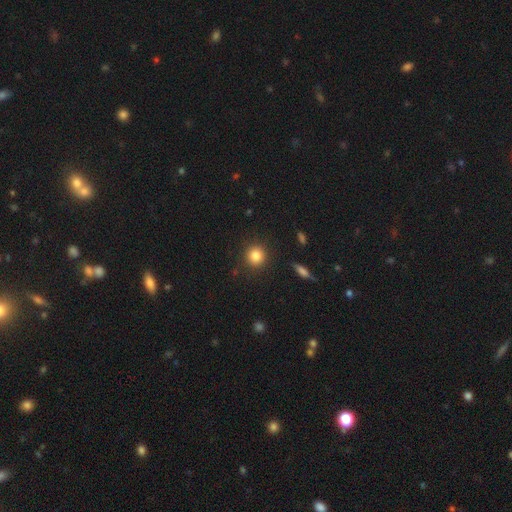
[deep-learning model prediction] Smooth or featured? smooth (84%)
How rounded? round (92%)
Merging? none (90%)